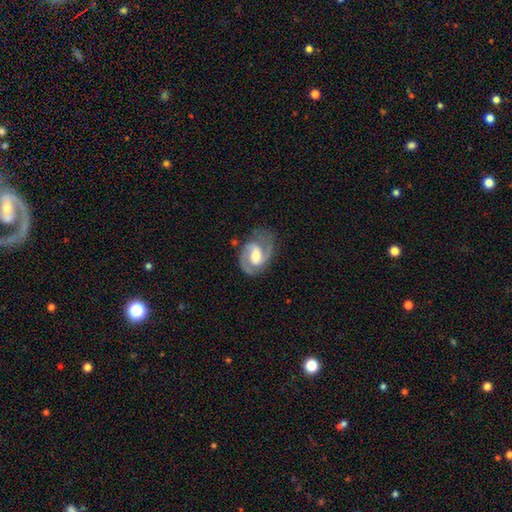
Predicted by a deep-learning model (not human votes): Morphology: type=featured or disk (85%); edge-on=no (97%); bar=weak (49%); spiral arms=yes (95%); winding=medium (54%); arm count=2 (87%); bulge=moderate (64%); merging=none (68%).